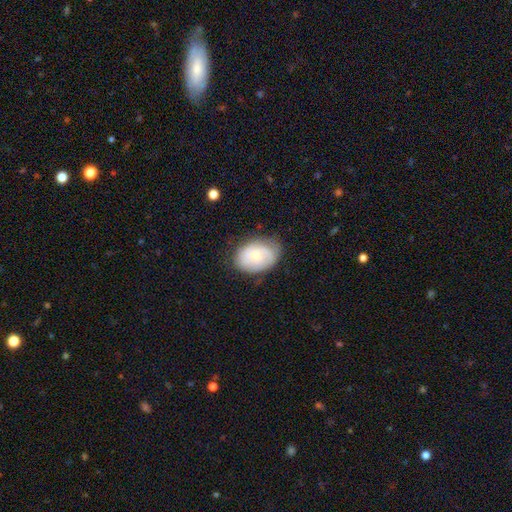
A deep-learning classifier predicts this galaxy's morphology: type=smooth (49%); merging=none (68%).